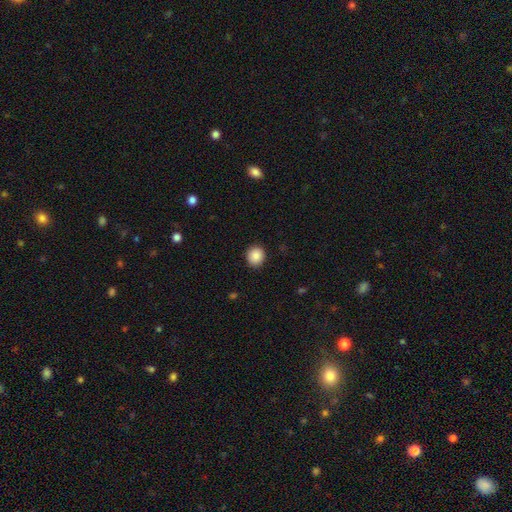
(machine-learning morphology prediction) smooth_or_featured: smooth (p=0.88) [alt: star or artifact p=0.09]
how_rounded: round (p=0.84) [alt: in between p=0.15]
merging: none (p=0.90) [alt: minor disturbance p=0.07]